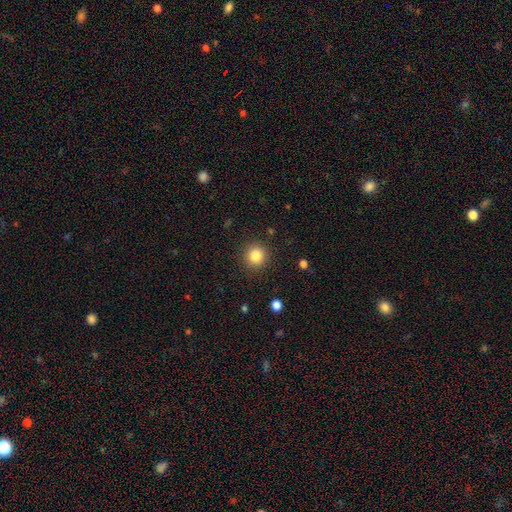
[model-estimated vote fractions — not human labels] Smooth or featured: smooth — 84% (star or artifact — 11%)
How rounded: round — 93% (in between — 6%)
Merging: none — 90% (minor disturbance — 6%)